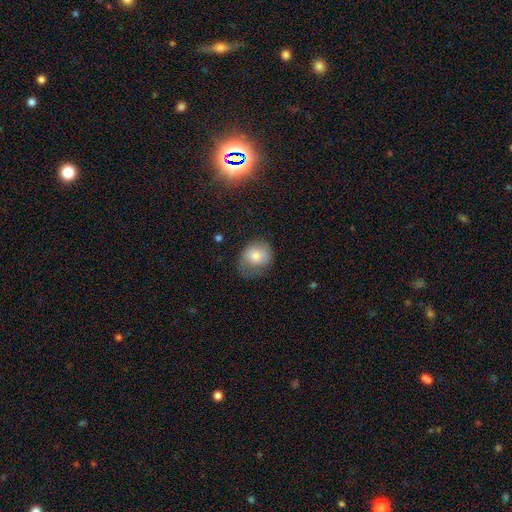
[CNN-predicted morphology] smooth-or-featured: smooth: 71% | featured or disk: 20% | star or artifact: 9%
  how-rounded: round: 58% | in between: 41% | cigar-shaped: 1%
  merging: none: 48% | minor disturbance: 32% | major disturbance: 19% | merger: 2%